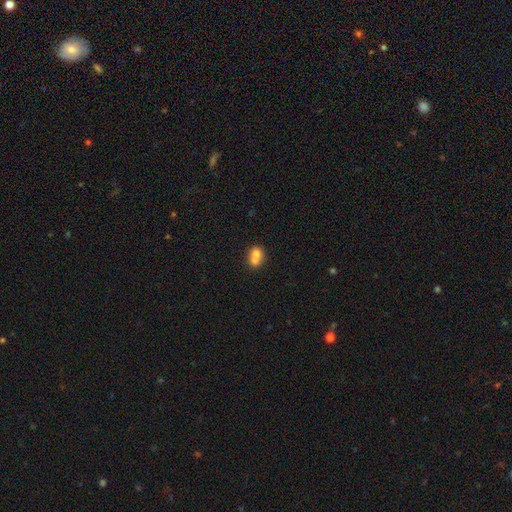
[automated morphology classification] smooth 69%, featured or disk 22%, star or artifact 10%. Down the decision tree: how rounded — round (63%); merging — merger (67%).